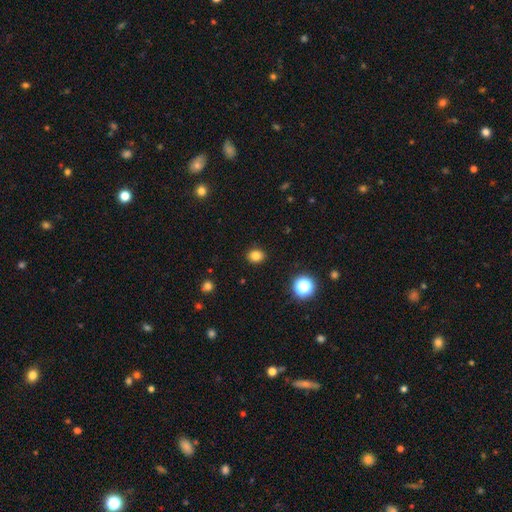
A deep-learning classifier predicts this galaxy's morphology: The model was most divided on "how rounded": round: 58%, in between: 41%, cigar-shaped: 1%. More confident: merging — none (90%); smooth or featured — smooth (81%).